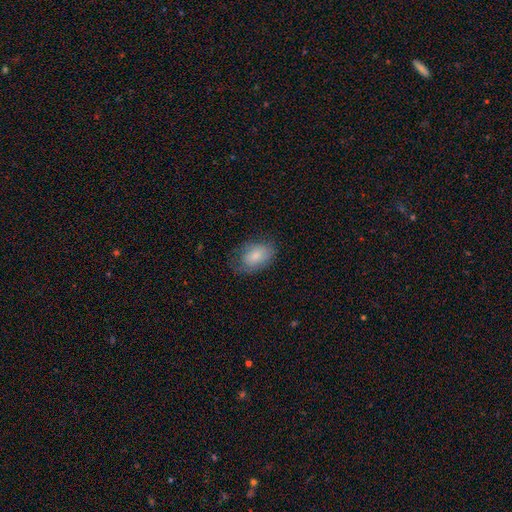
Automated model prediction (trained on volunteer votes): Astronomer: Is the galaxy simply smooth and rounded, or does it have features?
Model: smooth — 76%.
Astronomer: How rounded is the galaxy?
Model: in between — 84%.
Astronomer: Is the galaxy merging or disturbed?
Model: none — 59%.